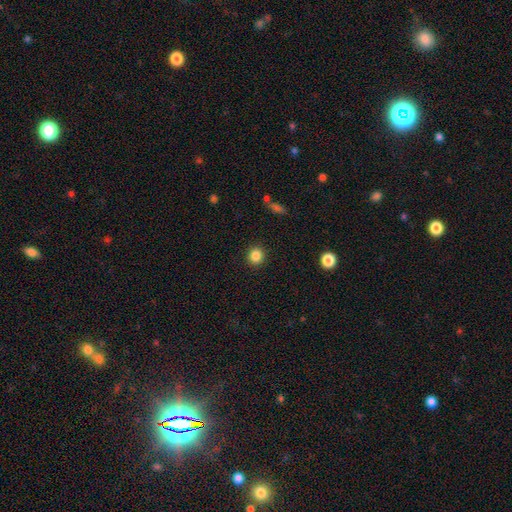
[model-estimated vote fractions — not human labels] Morphology: type=smooth (85%); roundness=round (87%); merging=none (91%).